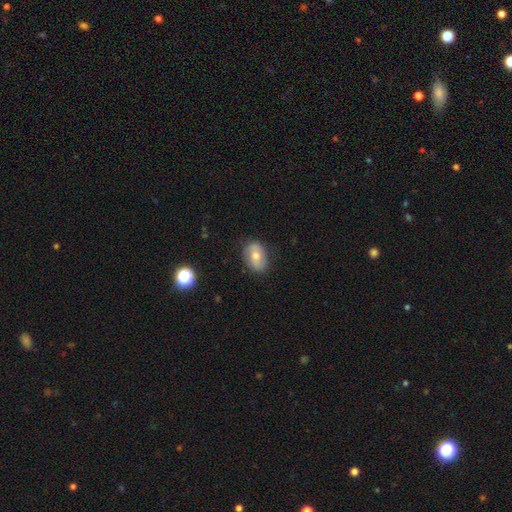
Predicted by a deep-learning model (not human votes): Q: Smooth or featured?
A: smooth (53%); runner-up: featured or disk (38%)
Q: How rounded?
A: in between (78%); runner-up: round (21%)
Q: Merging?
A: none (81%); runner-up: minor disturbance (14%)